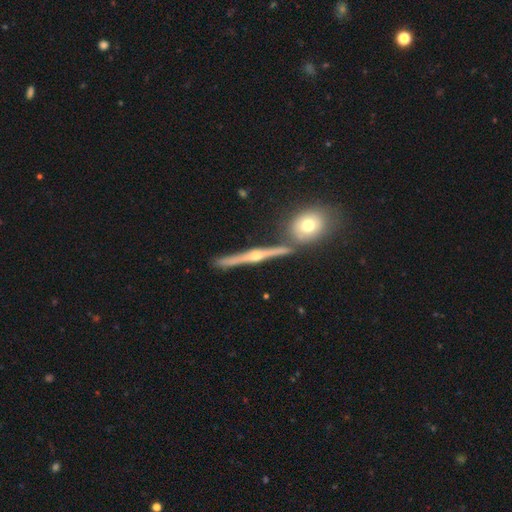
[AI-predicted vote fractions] Q: Smooth or featured?
A: featured or disk (71%); runner-up: smooth (18%)
Q: Edge-on disk?
A: yes (92%); runner-up: no (8%)
Q: Edge-on bulge?
A: rounded (81%); runner-up: none (13%)
Q: Merging?
A: none (71%); runner-up: merger (16%)